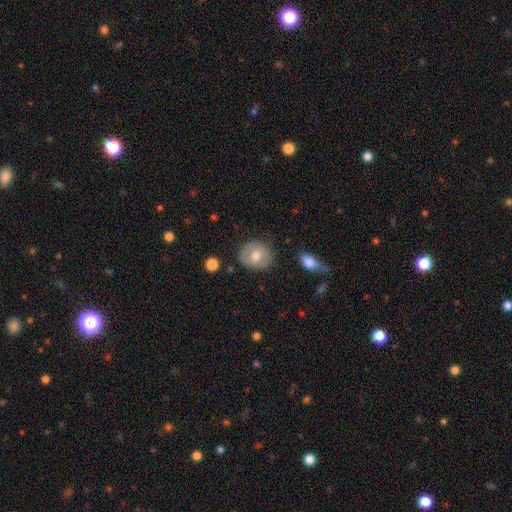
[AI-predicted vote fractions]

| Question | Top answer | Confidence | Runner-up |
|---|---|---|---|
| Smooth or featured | smooth | 58% | featured or disk (35%) |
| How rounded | round | 75% | in between (24%) |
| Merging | none | 80% | minor disturbance (14%) |